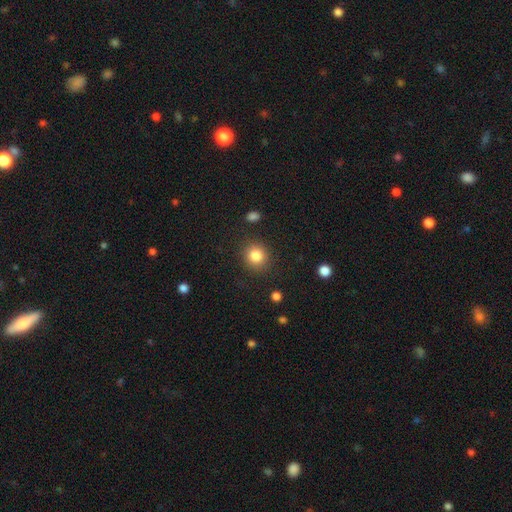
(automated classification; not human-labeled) Smooth or featured? smooth (84%)
How rounded? round (87%)
Merging? none (87%)